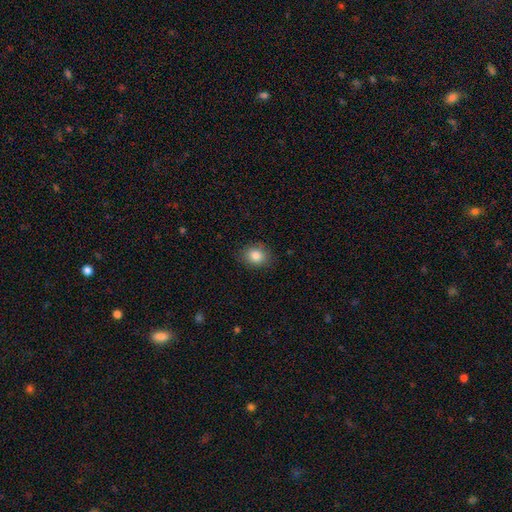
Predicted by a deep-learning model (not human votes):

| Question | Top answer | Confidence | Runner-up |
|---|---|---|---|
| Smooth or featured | smooth | 84% | star or artifact (10%) |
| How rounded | round | 59% | in between (40%) |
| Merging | none | 86% | minor disturbance (11%) |